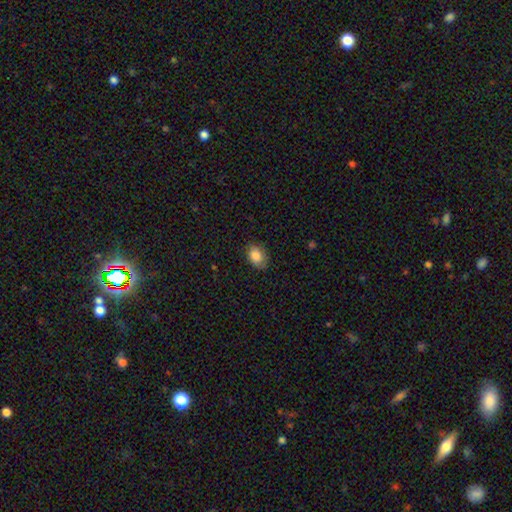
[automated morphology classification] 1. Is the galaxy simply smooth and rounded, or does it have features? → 85% smooth, 8% star or artifact, 7% featured or disk.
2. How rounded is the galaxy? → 78% in between, 21% round, 1% cigar-shaped.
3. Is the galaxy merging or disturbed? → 77% none, 18% minor disturbance, 4% major disturbance, 1% merger.